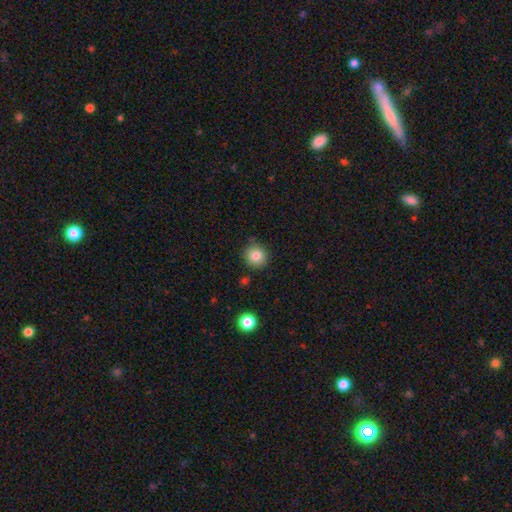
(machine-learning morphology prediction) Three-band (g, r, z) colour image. It shows a smooth galaxy with no disk features (83%) that is round (90%). Merging: none (84%).